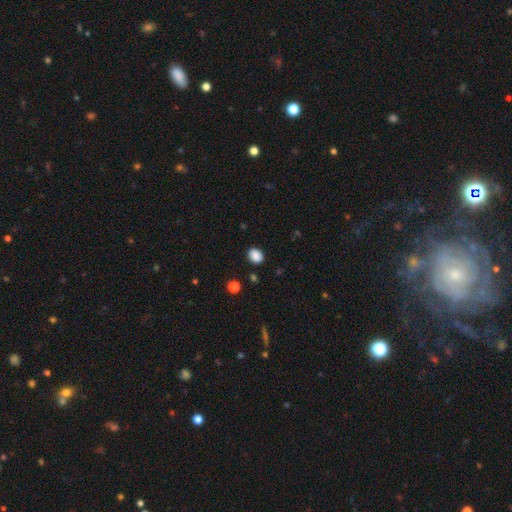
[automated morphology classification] The model was most divided on "how rounded": in between: 58%, round: 41%, cigar-shaped: 1%. More confident: smooth or featured — smooth (87%); merging — none (87%).